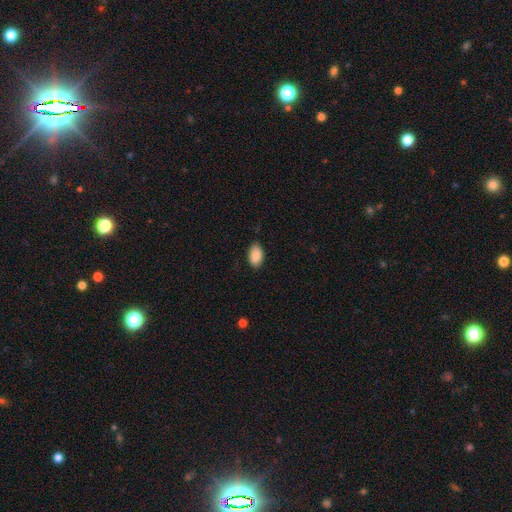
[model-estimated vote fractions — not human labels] Smooth or featured? smooth (90%)
How rounded? in between (94%)
Merging? none (82%)